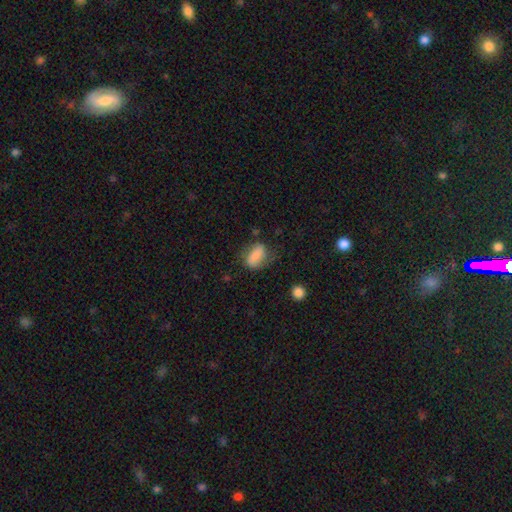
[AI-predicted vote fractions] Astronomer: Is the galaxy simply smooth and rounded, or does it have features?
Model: smooth — 74%.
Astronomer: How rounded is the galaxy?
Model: in between — 84%.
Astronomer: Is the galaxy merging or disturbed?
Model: none — 55%.